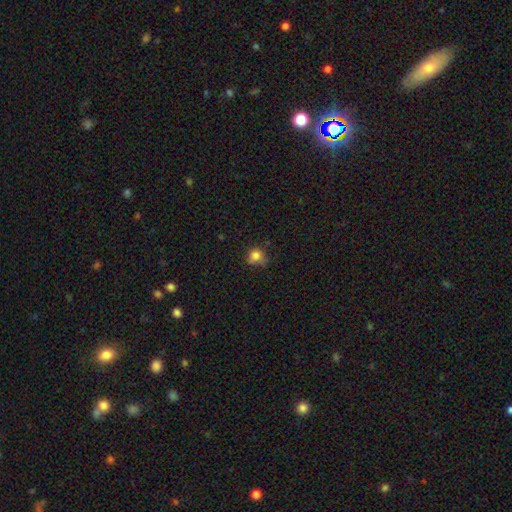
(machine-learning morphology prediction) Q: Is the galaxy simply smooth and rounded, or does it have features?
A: smooth — 79%.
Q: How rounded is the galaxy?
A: round — 75%.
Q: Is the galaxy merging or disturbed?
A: none — 50%.